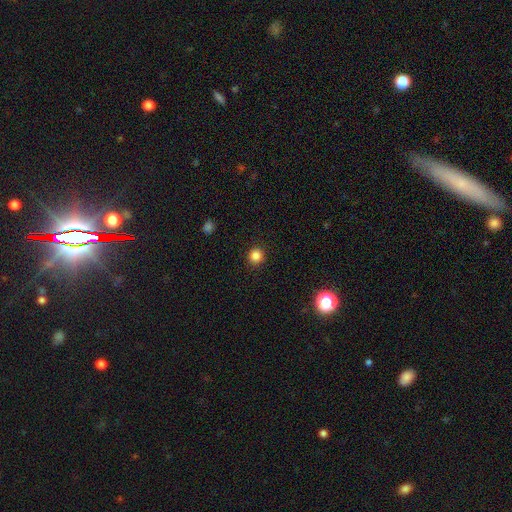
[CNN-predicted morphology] A smooth galaxy with no disk features (85%) that is round (93%). Merging: none (92%).